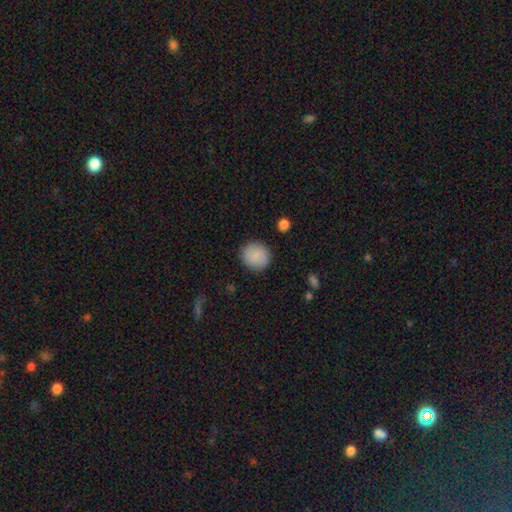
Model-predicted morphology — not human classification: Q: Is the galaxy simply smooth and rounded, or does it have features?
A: smooth — 84%.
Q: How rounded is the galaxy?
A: round — 90%.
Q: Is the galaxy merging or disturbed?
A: none — 89%.